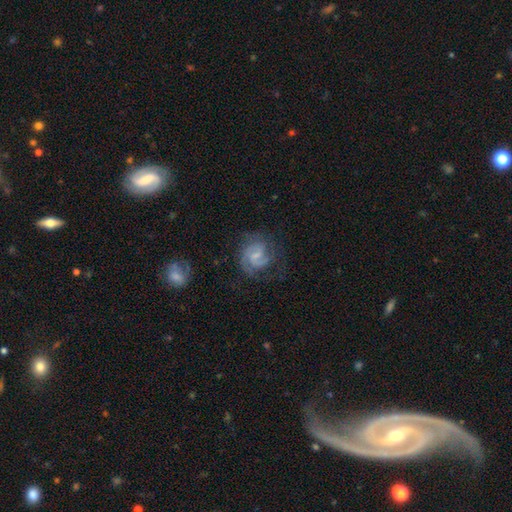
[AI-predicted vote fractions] Smooth or featured? Predicted: featured or disk (p=0.81). Edge-on disk? Predicted: no (p=0.98). Bar? Predicted: weak (p=0.58). Spiral arms? Predicted: yes (p=0.95). Spiral winding? Predicted: tight (p=0.44, tied with medium). Spiral arm count? Predicted: 2 (p=0.61). Bulge size? Predicted: small (p=0.50). Merging? Predicted: none (p=0.67).